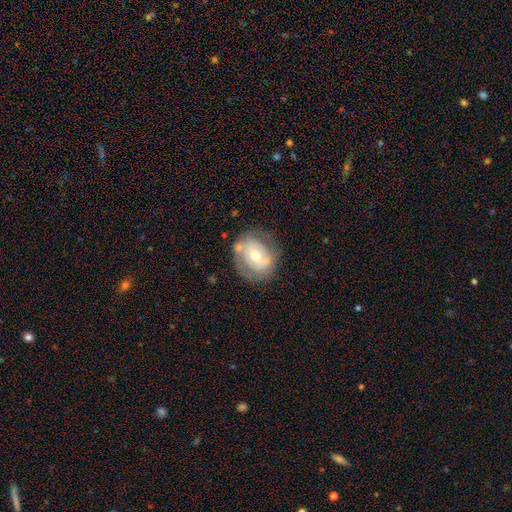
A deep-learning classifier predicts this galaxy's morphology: type=featured or disk (53%); edge-on=no (95%); bar=no (72%); spiral arms=no (61%); bulge=moderate (68%); merging=none (60%).